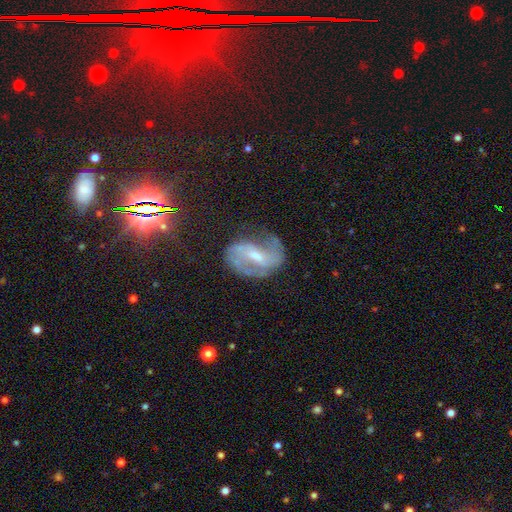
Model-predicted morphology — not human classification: The model was most divided on "bulge size": small: 49%, moderate: 43%, none: 4%, large: 2%, dominant: 1%. Remaining: edge-on disk — no (97%); spiral arms — yes (92%); smooth or featured — featured or disk (80%); spiral arm count — 2 (79%); merging — none (62%); spiral winding — medium (49%); bar — weak (47%).